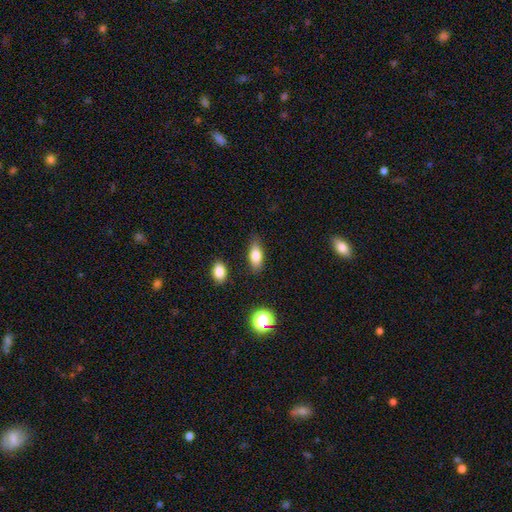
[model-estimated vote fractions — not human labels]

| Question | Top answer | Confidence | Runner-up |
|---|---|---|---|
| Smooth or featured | smooth | 80% | featured or disk (11%) |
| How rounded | in between | 82% | cigar-shaped (13%) |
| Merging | none | 82% | minor disturbance (13%) |